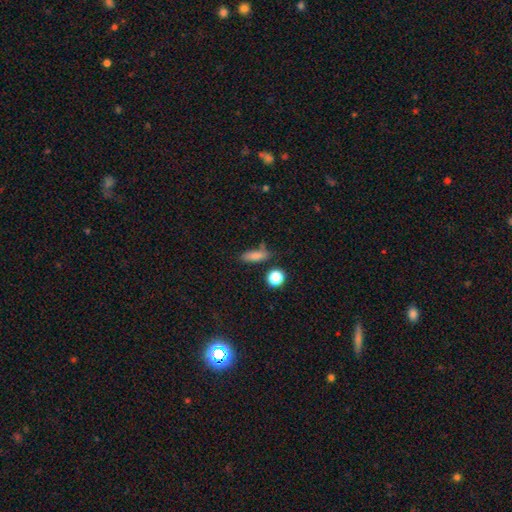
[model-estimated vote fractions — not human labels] Smooth or featured: smooth — 80% (star or artifact — 12%)
How rounded: in between — 52% (cigar-shaped — 39%)
Merging: none — 66% (minor disturbance — 20%)